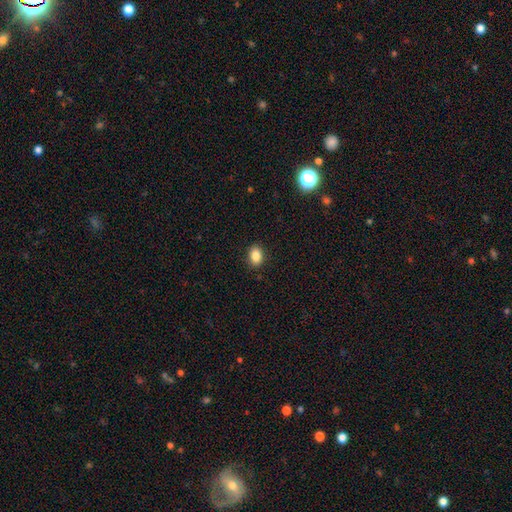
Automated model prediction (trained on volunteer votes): Smooth or featured: smooth — 86% (star or artifact — 9%)
How rounded: in between — 74% (round — 25%)
Merging: none — 89% (minor disturbance — 8%)